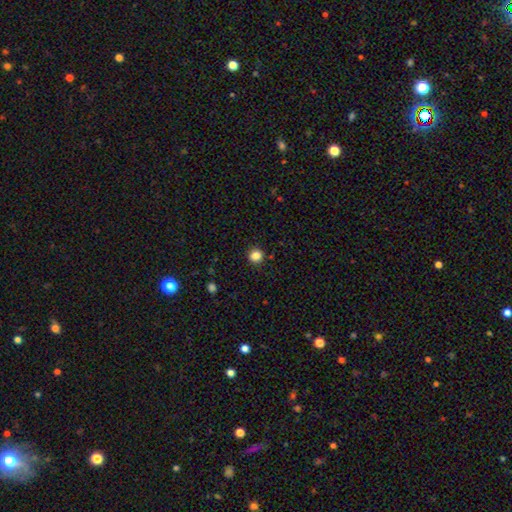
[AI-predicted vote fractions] Morphology: type=smooth (85%); roundness=round (92%); merging=none (91%).